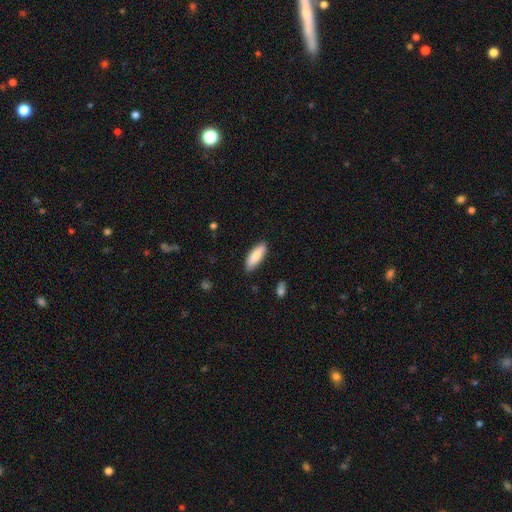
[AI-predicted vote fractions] This is clearly a smooth galaxy (85%). How rounded: likely in between (66%). Merging: clearly none (86%).